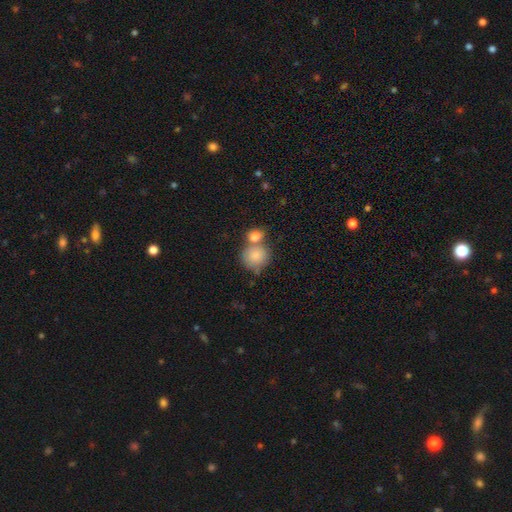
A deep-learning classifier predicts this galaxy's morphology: A smooth galaxy with no disk features (84%) that is round (82%).

Vote fractions:
- Smooth or featured? smooth: 84% / featured or disk: 9% / star or artifact: 7%
- How rounded? round: 82% / in between: 17% / cigar-shaped: 1%
- Merging? merger: 45% / none: 41% / minor disturbance: 11% / major disturbance: 4%